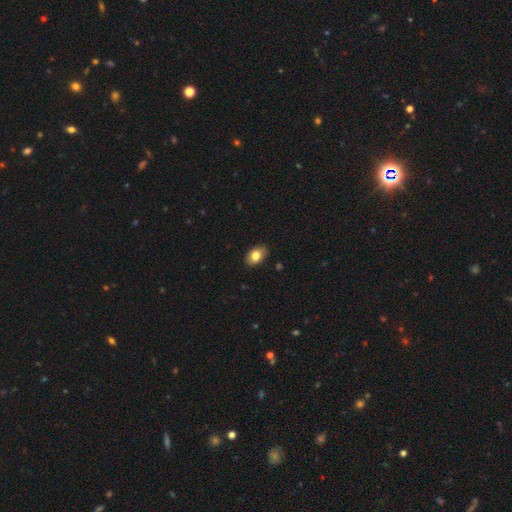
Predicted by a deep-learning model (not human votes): smooth-or-featured: smooth: 81% | featured or disk: 11% | star or artifact: 8%
  how-rounded: in between: 85% | round: 14% | cigar-shaped: 1%
  merging: none: 86% | minor disturbance: 11% | major disturbance: 2% | merger: 1%